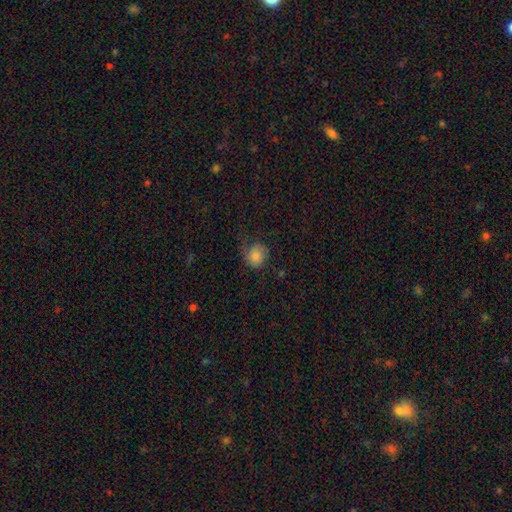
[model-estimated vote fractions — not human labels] This appears to be a smooth galaxy with no disk features (79%) that is round (77%). Merging: none (54%).